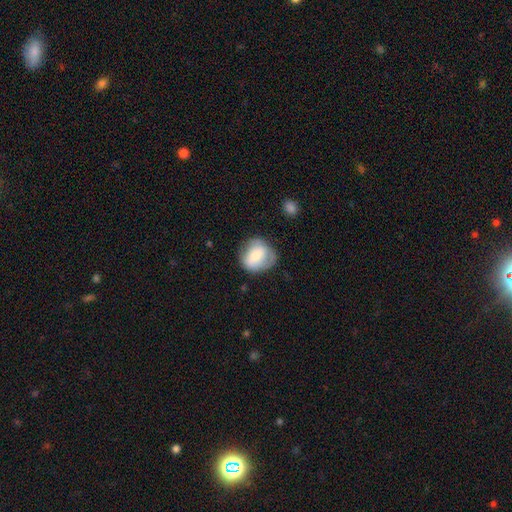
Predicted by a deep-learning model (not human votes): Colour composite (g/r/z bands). It shows a smooth galaxy with no disk features (69%) that is round (72%). Merging: none (65%).